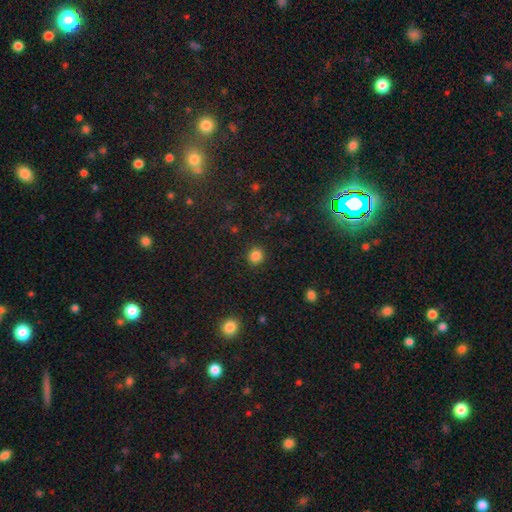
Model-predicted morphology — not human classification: The model was most divided on "smooth or featured": smooth: 85%, star or artifact: 12%, featured or disk: 3%. More confident: merging — none (90%); how rounded — round (89%).